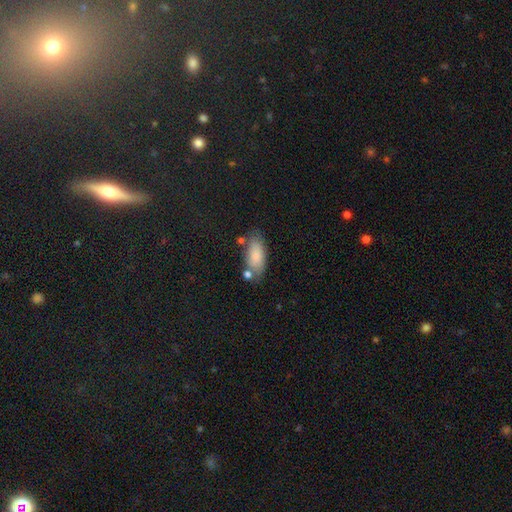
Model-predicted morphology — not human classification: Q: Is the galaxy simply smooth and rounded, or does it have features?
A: smooth — 81%.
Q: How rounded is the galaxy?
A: in between — 87%.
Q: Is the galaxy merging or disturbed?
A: none — 67%.